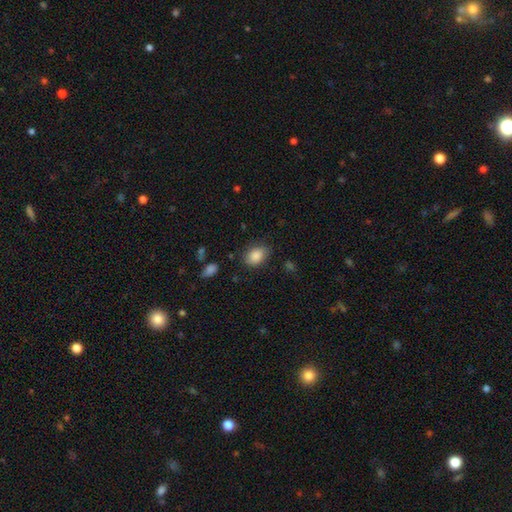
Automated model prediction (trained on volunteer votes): This is clearly a smooth galaxy (87%). How rounded: likely in between (79%). Merging: likely none (77%).